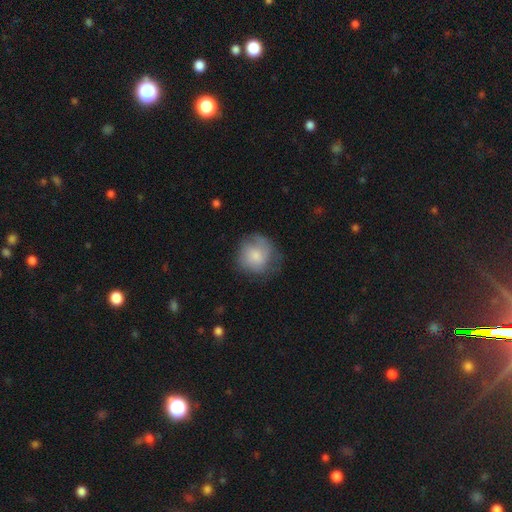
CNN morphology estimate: Smooth or featured? Predicted: smooth (p=0.70). How rounded? Predicted: round (p=0.86). Merging? Predicted: none (p=0.58).